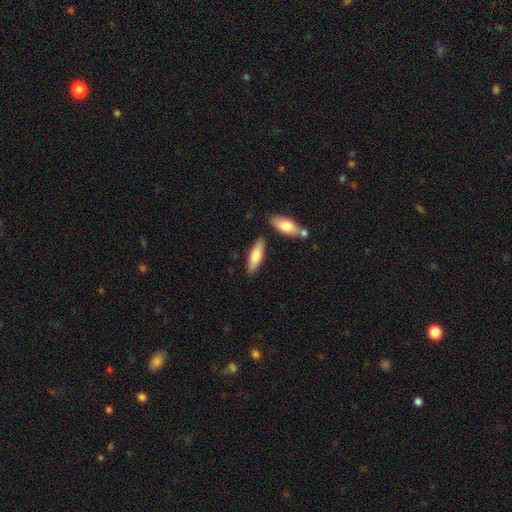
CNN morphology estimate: type=smooth (71%); roundness=cigar-shaped (55%); merging=none (80%).